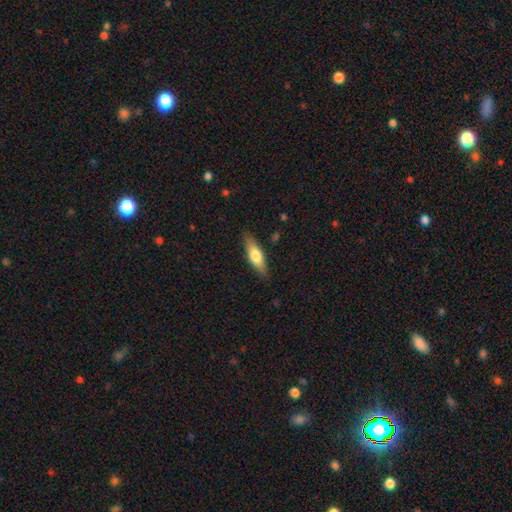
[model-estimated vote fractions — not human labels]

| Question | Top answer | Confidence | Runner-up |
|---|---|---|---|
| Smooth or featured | smooth | 65% | featured or disk (30%) |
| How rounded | in between | 50% | cigar-shaped (47%) |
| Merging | none | 85% | minor disturbance (11%) |